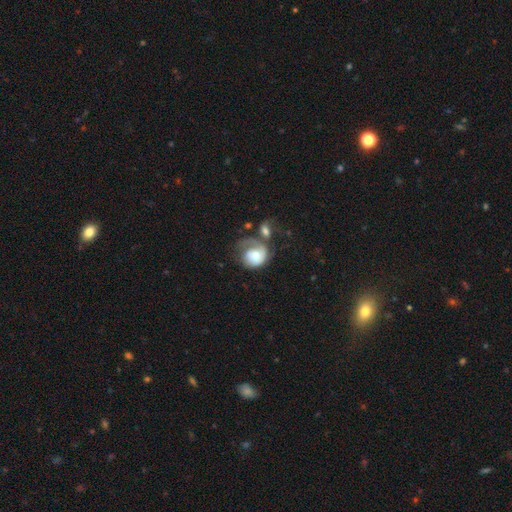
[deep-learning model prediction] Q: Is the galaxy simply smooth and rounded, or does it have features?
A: featured or disk — 65%.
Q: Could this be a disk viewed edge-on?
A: no — 97%.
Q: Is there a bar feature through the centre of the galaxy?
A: no — 77%.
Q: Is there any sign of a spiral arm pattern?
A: yes — 77%.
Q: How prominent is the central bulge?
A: moderate — 73%.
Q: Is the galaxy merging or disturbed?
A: none — 30%.